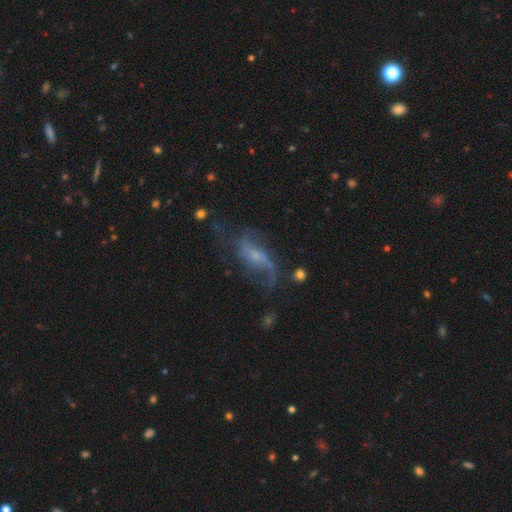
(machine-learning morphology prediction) A featured or disk galaxy (75%) with a weak bar (42%), 2 (65%) loose (66%) spiral arms (87%) and a small central bulge (58%). Merging: none (51%).